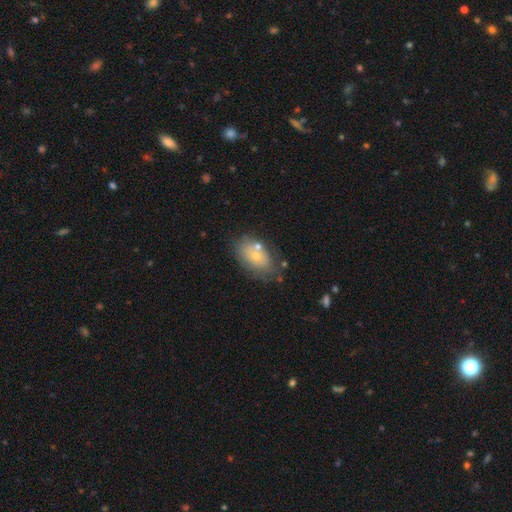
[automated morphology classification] This is likely a smooth galaxy (63%). How rounded: clearly in between (88%). Merging: possibly none (58%).